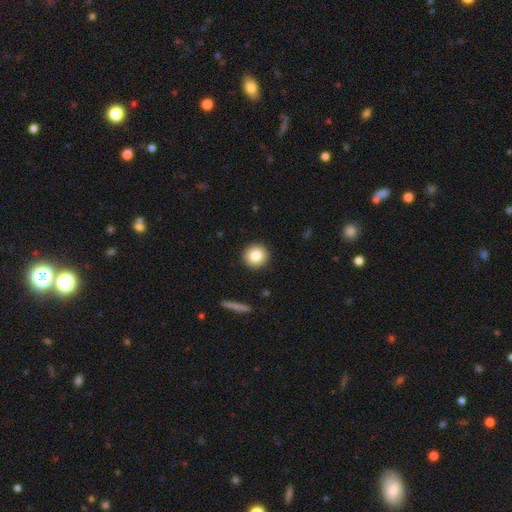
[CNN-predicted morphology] smooth_or_featured: smooth (p=0.83) [alt: star or artifact p=0.09]
how_rounded: round (p=0.94) [alt: in between p=0.05]
merging: none (p=0.92) [alt: minor disturbance p=0.05]